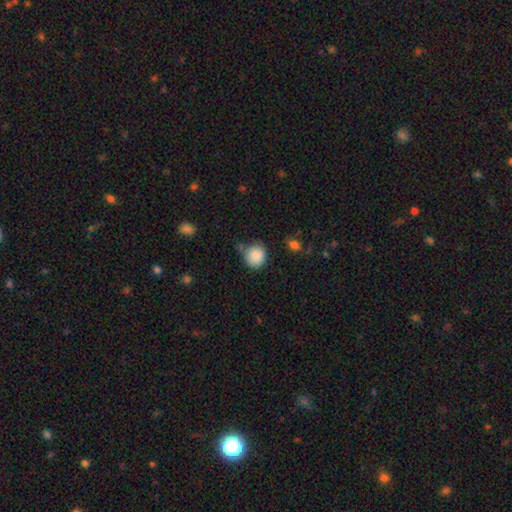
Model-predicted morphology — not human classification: smooth 87%, star or artifact 8%, featured or disk 4%. Down the decision tree: how rounded — round (85%); merging — none (70%).